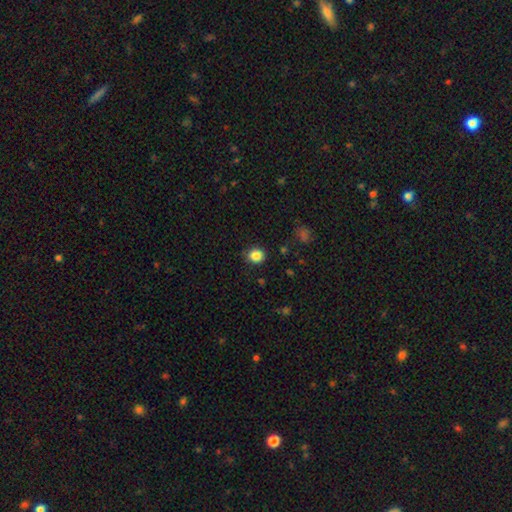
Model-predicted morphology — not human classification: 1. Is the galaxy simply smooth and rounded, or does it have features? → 86% smooth, 10% star or artifact, 4% featured or disk.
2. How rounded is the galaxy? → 75% round, 24% in between, 1% cigar-shaped.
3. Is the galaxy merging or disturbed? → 84% none, 12% minor disturbance, 3% major disturbance, 1% merger.